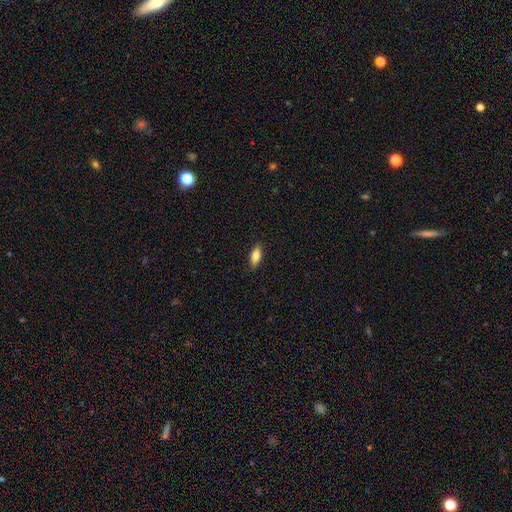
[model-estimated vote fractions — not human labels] Smooth or featured? Predicted: smooth (p=0.80). How rounded? Predicted: in between (p=0.78). Merging? Predicted: none (p=0.87).